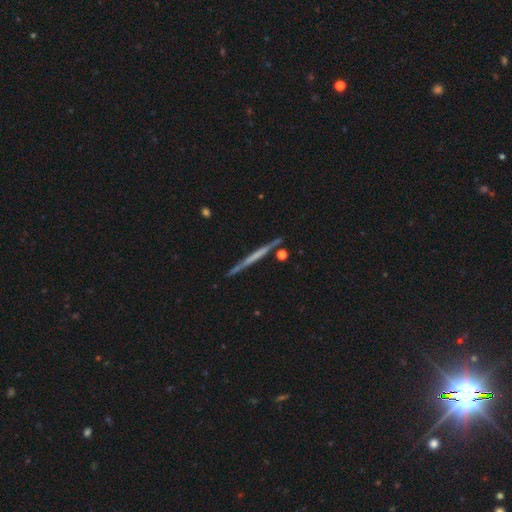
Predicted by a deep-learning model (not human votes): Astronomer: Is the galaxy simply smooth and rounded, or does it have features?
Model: featured or disk — 58% (runner-up: smooth, 36%).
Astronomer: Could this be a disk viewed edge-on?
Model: yes — 97%.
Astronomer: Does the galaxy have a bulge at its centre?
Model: none — 88%.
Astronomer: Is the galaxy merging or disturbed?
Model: none — 88%.